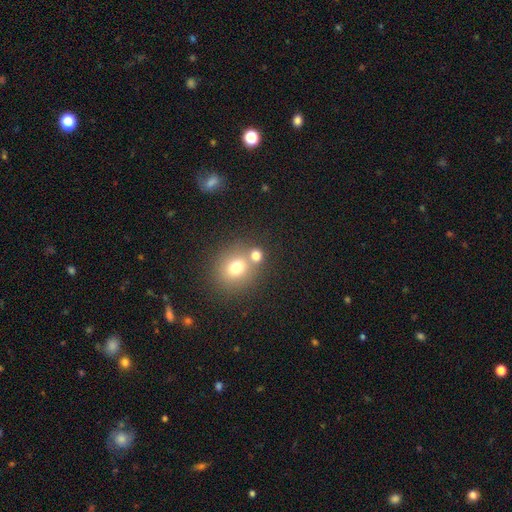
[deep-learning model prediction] The model was most divided on "merging": none: 54%, merger: 34%, minor disturbance: 8%, major disturbance: 4%. More confident: how rounded — round (77%); smooth or featured — smooth (74%).